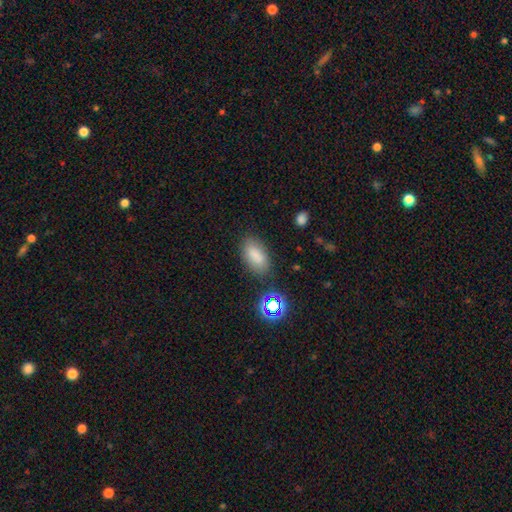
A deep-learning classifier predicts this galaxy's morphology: A smooth galaxy with no disk features (81%) that is in between round and cigar-shaped (92%). Merging: none (80%).